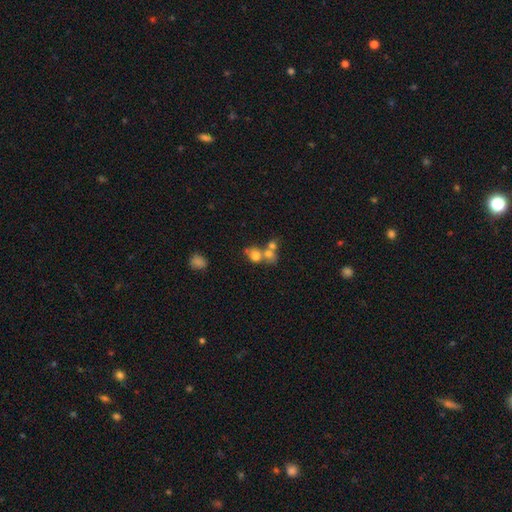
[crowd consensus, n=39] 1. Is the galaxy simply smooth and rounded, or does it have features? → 67% smooth, 26% featured or disk, 8% star or artifact.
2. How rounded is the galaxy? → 88% round, 12% in between, 0% cigar-shaped.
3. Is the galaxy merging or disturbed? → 58% merger, 31% none, 6% minor disturbance, 6% major disturbance.